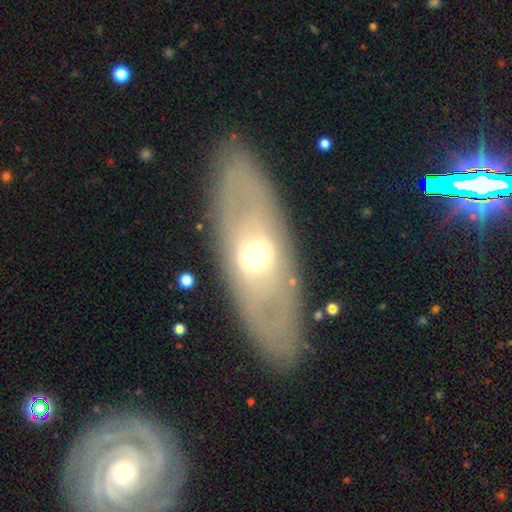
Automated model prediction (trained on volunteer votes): Q: Smooth or featured?
A: featured or disk (57%); runner-up: smooth (35%)
Q: Edge-on disk?
A: no (73%); runner-up: yes (27%)
Q: Merging?
A: none (86%); runner-up: minor disturbance (9%)